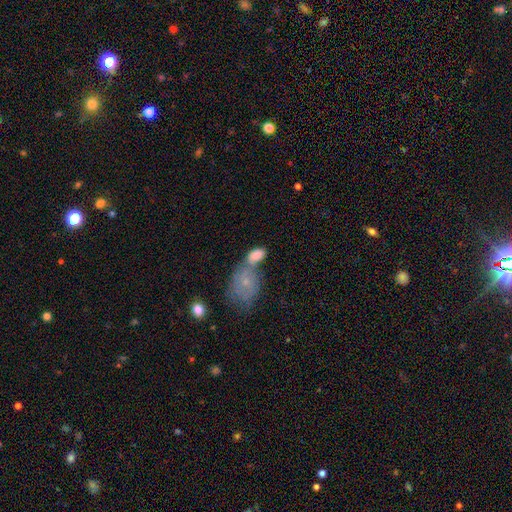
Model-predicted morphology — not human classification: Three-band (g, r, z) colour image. It shows a smooth galaxy with no disk features (77%) that is in between round and cigar-shaped (88%). Merging: merger (54%).